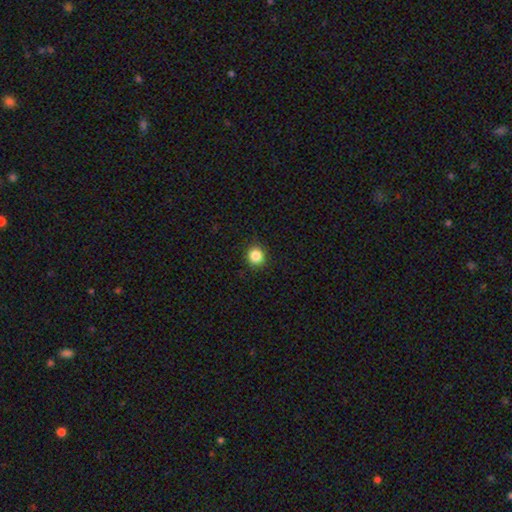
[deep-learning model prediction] Smooth or featured? smooth (85%)
How rounded? round (92%)
Merging? none (91%)